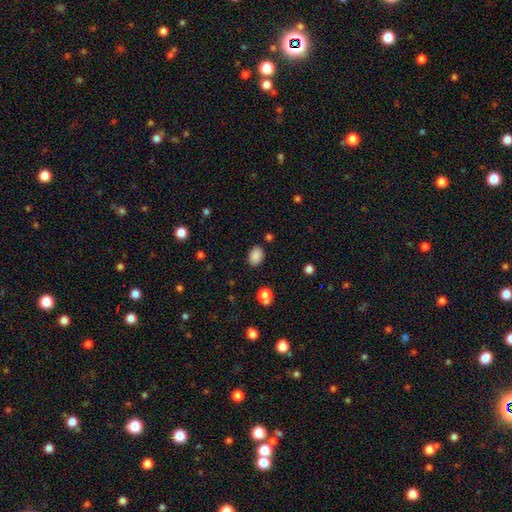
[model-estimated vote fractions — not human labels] A smooth galaxy with no disk features (87%) that is in between round and cigar-shaped (77%).

Vote fractions:
- Smooth or featured? smooth: 87% / star or artifact: 10% / featured or disk: 4%
- How rounded? in between: 77% / round: 22% / cigar-shaped: 1%
- Merging? none: 85% / minor disturbance: 10% / major disturbance: 3% / merger: 2%